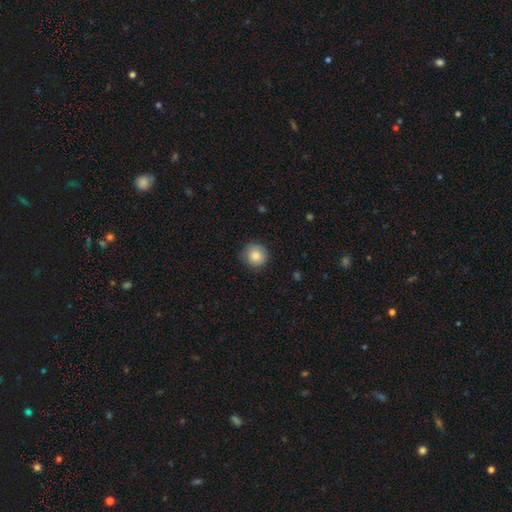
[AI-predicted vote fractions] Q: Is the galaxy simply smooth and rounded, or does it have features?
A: smooth — 84%.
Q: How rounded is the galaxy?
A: round — 92%.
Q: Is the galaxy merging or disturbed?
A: none — 80%.